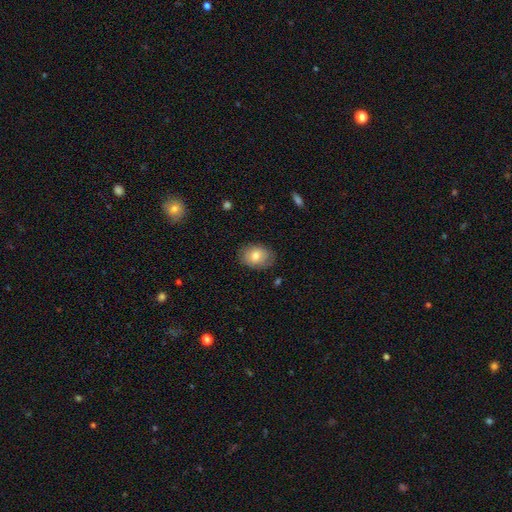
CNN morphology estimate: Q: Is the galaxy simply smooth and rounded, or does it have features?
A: smooth — 78%.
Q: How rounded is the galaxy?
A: in between — 75%.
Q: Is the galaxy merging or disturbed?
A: none — 81%.